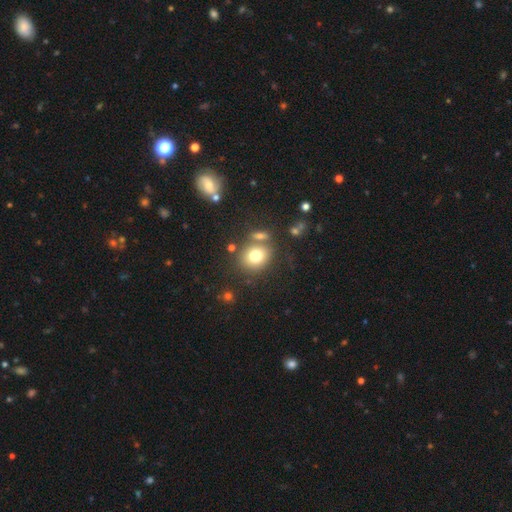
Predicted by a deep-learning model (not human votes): Q: Smooth or featured?
A: smooth (78%); runner-up: featured or disk (11%)
Q: How rounded?
A: round (64%); runner-up: in between (35%)
Q: Merging?
A: none (66%); runner-up: merger (17%)